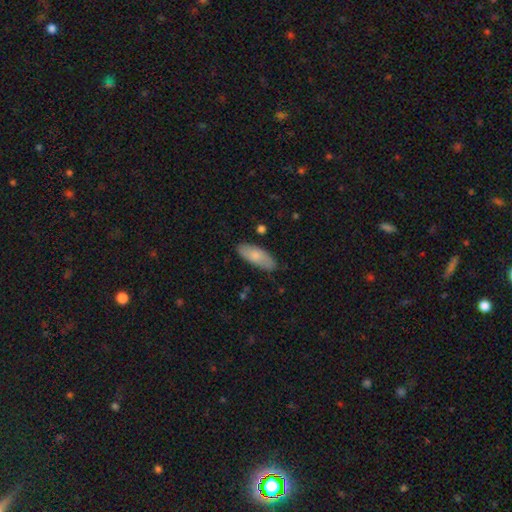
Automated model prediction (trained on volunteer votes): Smooth or featured? Predicted: smooth (p=0.79). How rounded? Predicted: in between (p=0.78). Merging? Predicted: none (p=0.82).